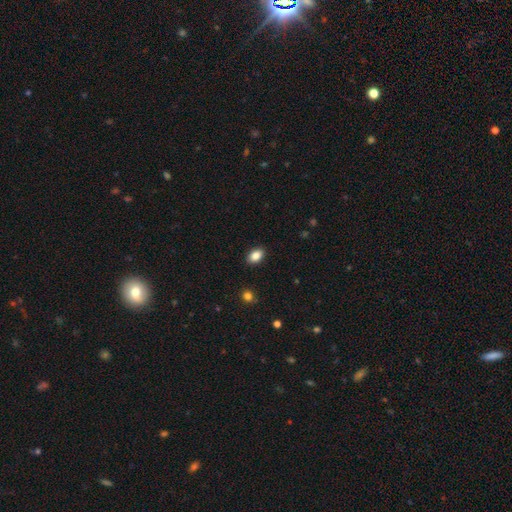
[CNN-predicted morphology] Smooth or featured? smooth (86%)
How rounded? in between (86%)
Merging? none (89%)